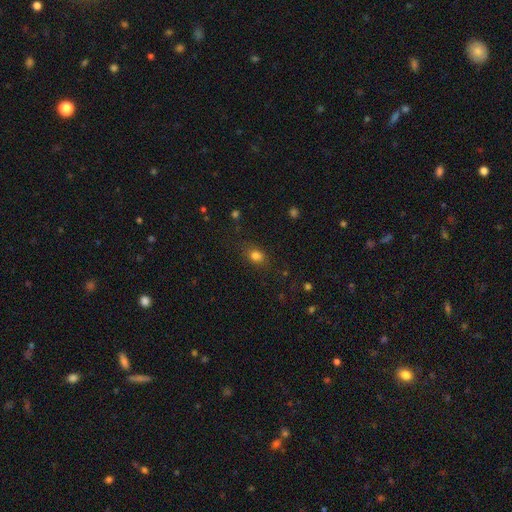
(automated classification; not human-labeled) Q: Smooth or featured?
A: smooth (80%); runner-up: star or artifact (13%)
Q: How rounded?
A: in between (58%); runner-up: round (40%)
Q: Merging?
A: none (78%); runner-up: minor disturbance (15%)